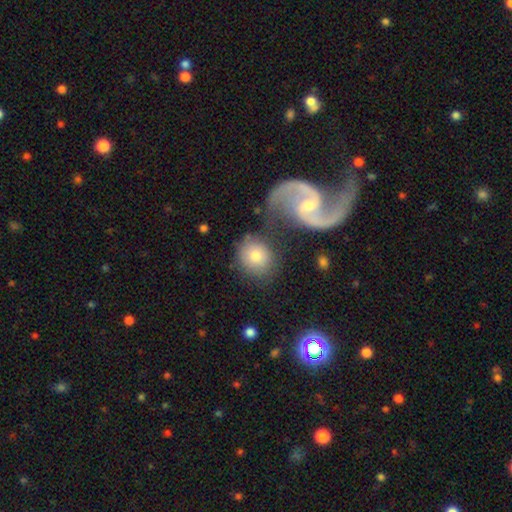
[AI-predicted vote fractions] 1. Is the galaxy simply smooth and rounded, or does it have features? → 68% smooth, 24% featured or disk, 8% star or artifact.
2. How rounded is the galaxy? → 76% round, 23% in between, 1% cigar-shaped.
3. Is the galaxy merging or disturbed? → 62% none, 19% merger, 12% minor disturbance, 7% major disturbance.